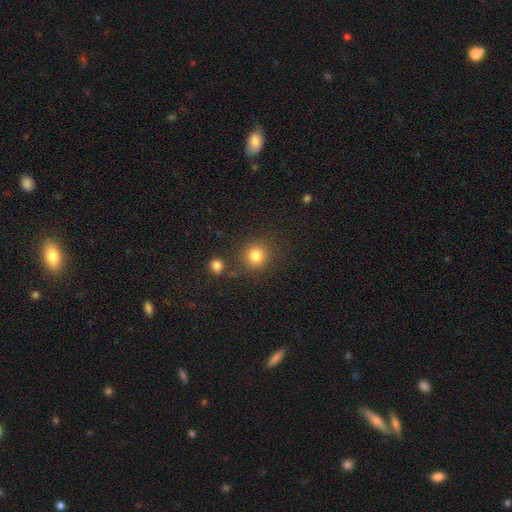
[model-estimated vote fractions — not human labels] Smooth or featured?
  - smooth: 82% *
  - star or artifact: 13%
  - featured or disk: 6%
How rounded?
  - round: 91% *
  - in between: 8%
  - cigar-shaped: 1%
Merging?
  - none: 83% *
  - minor disturbance: 8%
  - merger: 5%
  - major disturbance: 3%